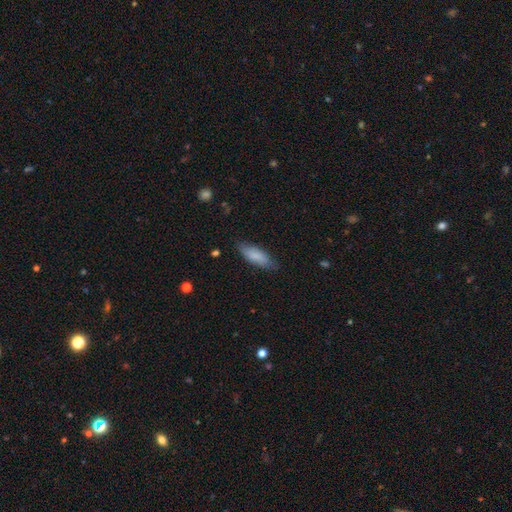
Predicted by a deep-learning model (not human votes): A smooth galaxy with no disk features (84%) that is in between round and cigar-shaped (63%).

Vote fractions:
- Smooth or featured? smooth: 84% / featured or disk: 11% / star or artifact: 6%
- How rounded? in between: 63% / cigar-shaped: 36% / round: 2%
- Merging? none: 78% / minor disturbance: 17% / major disturbance: 3% / merger: 1%